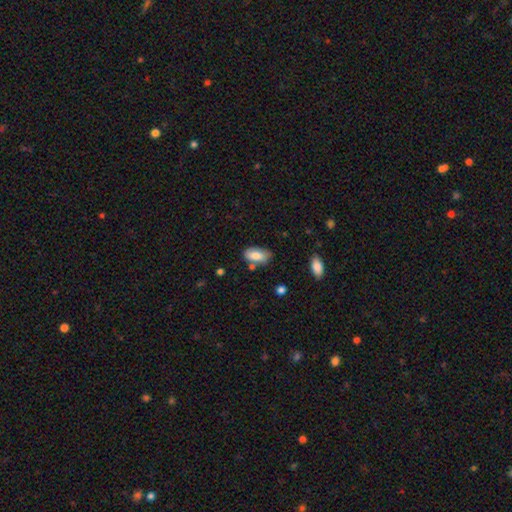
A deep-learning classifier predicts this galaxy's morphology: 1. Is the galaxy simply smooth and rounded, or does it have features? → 77% smooth, 16% featured or disk, 7% star or artifact.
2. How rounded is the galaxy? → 92% in between, 5% cigar-shaped, 3% round.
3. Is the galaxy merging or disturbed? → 66% none, 23% minor disturbance, 7% merger, 5% major disturbance.